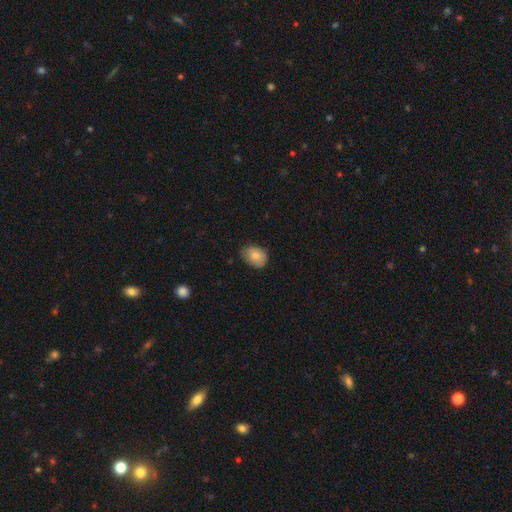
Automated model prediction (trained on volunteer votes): smooth 83%, featured or disk 10%, star or artifact 7%. Down the decision tree: how rounded — in between (74%); merging — none (73%).